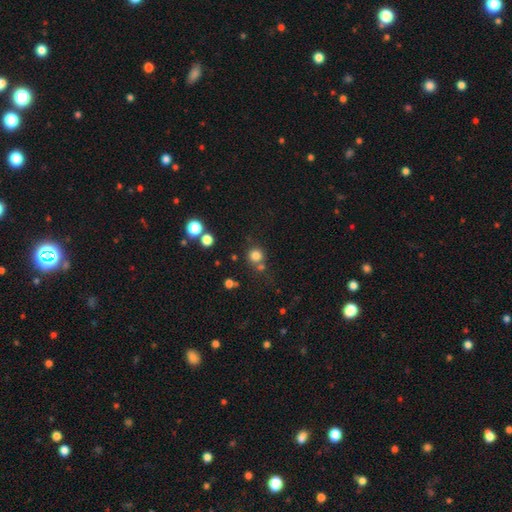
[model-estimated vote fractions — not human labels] The model was most divided on "merging": none: 68%, merger: 18%, minor disturbance: 10%, major disturbance: 4%. More confident: how rounded — round (91%); smooth or featured — smooth (79%).